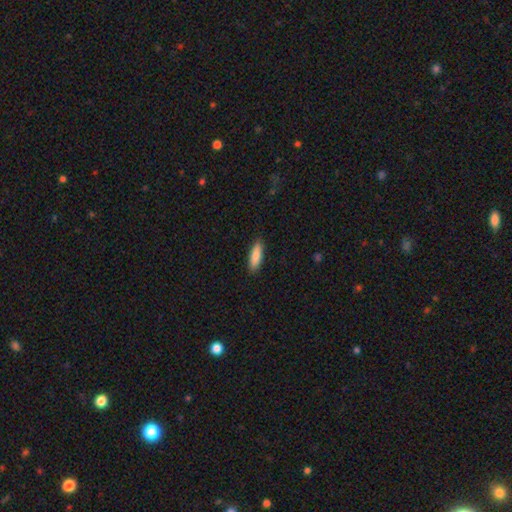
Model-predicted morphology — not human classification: Smooth or featured? smooth (87%)
How rounded? cigar-shaped (57%)
Merging? none (89%)